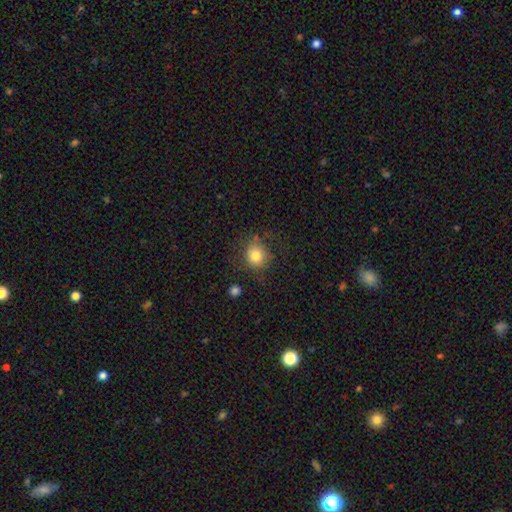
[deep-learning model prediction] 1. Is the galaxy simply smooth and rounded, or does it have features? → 80% smooth, 11% star or artifact, 9% featured or disk.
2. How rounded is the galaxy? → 81% round, 18% in between, 1% cigar-shaped.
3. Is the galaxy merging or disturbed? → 75% none, 16% minor disturbance, 7% major disturbance, 3% merger.